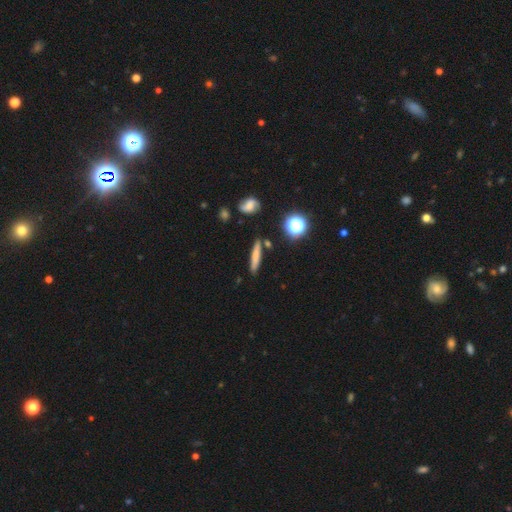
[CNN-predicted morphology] This is likely a smooth galaxy (68%). How rounded: clearly cigar-shaped (85%). Merging: clearly none (84%).